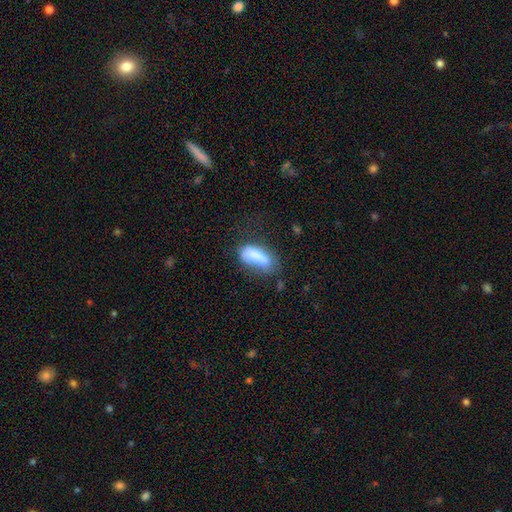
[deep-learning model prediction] This appears to be a smooth galaxy with no disk features (78%) that is in between round and cigar-shaped (72%). Merging: none (43%).